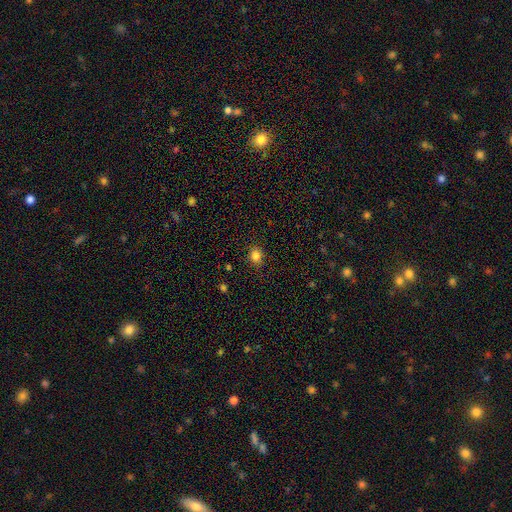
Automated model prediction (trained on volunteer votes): smooth_or_featured: smooth (p=0.83) [alt: star or artifact p=0.13]
how_rounded: round (p=0.74) [alt: in between p=0.25]
merging: none (p=0.88) [alt: minor disturbance p=0.09]